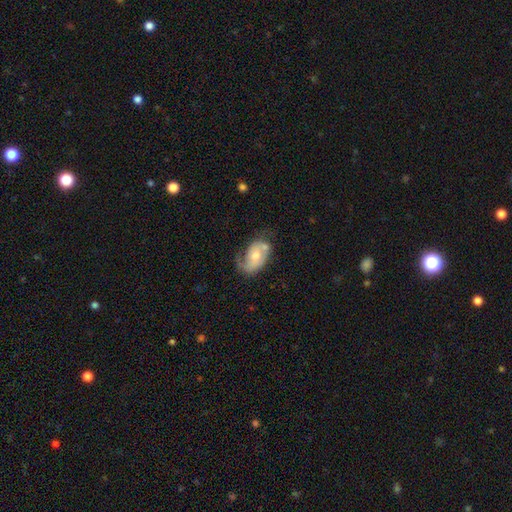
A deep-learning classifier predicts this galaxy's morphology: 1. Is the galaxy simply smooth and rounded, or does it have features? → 62% featured or disk, 32% smooth, 7% star or artifact.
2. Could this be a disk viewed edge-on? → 95% no, 5% yes.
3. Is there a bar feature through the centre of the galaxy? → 67% no, 27% weak, 5% strong.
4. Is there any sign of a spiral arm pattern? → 79% yes, 21% no.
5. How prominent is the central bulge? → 65% moderate, 25% small, 7% large, 2% none, 1% dominant.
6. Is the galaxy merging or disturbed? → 44% none, 29% minor disturbance, 19% major disturbance, 8% merger.